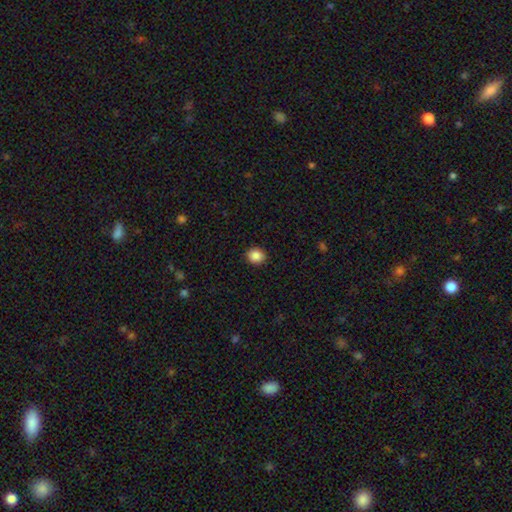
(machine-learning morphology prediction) Q: Smooth or featured?
A: smooth (87%); runner-up: star or artifact (9%)
Q: How rounded?
A: round (80%); runner-up: in between (19%)
Q: Merging?
A: none (91%); runner-up: minor disturbance (6%)